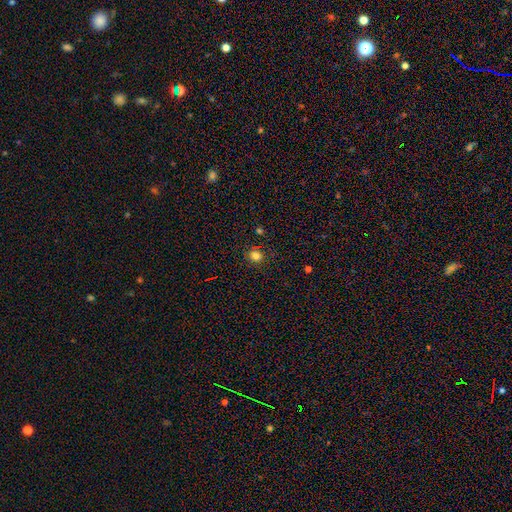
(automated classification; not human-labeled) A smooth galaxy with no disk features (78%) that is round (87%).

Vote fractions:
- Smooth or featured? smooth: 78% / star or artifact: 16% / featured or disk: 5%
- How rounded? round: 87% / in between: 12% / cigar-shaped: 1%
- Merging? none: 87% / minor disturbance: 8% / major disturbance: 3% / merger: 3%